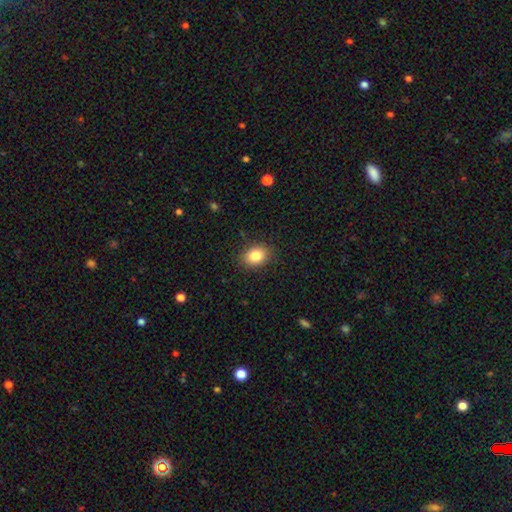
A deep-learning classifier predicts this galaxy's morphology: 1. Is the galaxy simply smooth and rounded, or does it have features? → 83% smooth, 9% star or artifact, 7% featured or disk.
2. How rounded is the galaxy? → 63% in between, 36% round, 1% cigar-shaped.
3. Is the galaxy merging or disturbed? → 87% none, 10% minor disturbance, 3% major disturbance, 1% merger.